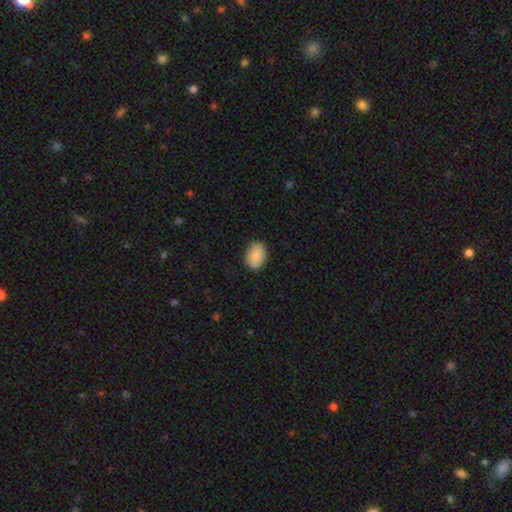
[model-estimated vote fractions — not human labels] Morphology: type=smooth (87%); roundness=in between (79%); merging=none (85%).